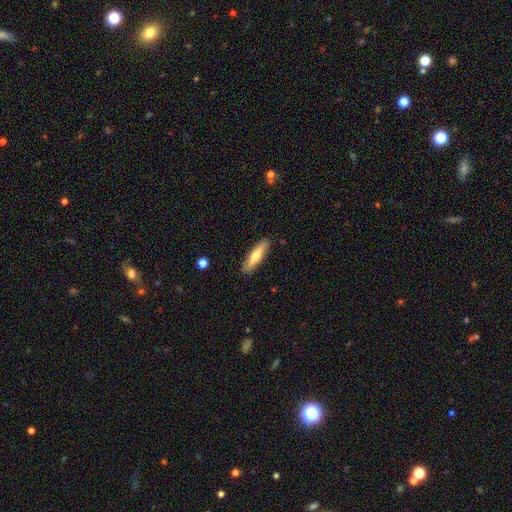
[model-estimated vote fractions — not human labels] A smooth galaxy with no disk features (60%) that is cigar-shaped (76%).

Vote fractions:
- Smooth or featured? smooth: 60% / featured or disk: 34% / star or artifact: 6%
- How rounded? cigar-shaped: 76% / in between: 23% / round: 2%
- Merging? none: 88% / minor disturbance: 9% / major disturbance: 2% / merger: 1%